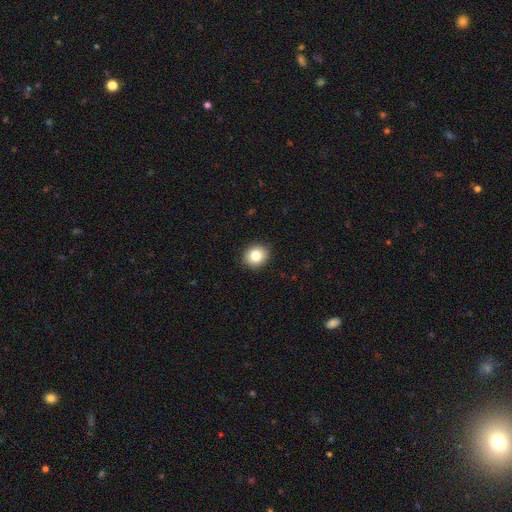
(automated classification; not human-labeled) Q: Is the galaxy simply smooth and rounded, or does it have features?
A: smooth — 83%.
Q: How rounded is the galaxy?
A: round — 73%.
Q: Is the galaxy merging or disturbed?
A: none — 91%.